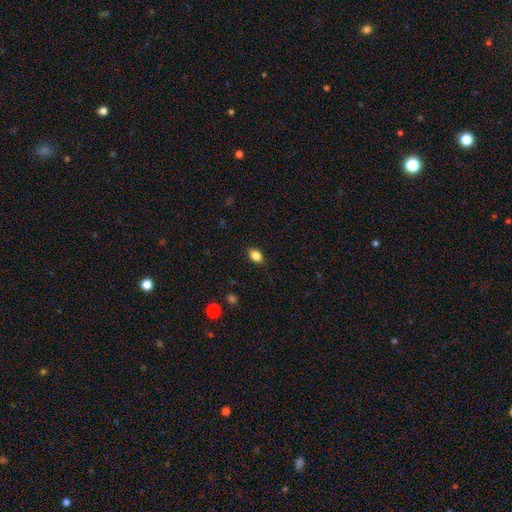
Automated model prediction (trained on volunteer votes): Q: Smooth or featured?
A: smooth (85%); runner-up: star or artifact (9%)
Q: How rounded?
A: in between (83%); runner-up: round (15%)
Q: Merging?
A: none (87%); runner-up: minor disturbance (10%)